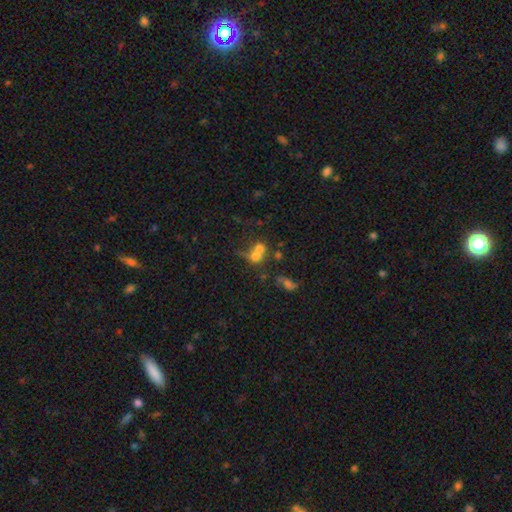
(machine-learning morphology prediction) A smooth galaxy with no disk features (62%) that is round (72%).

Vote fractions:
- Smooth or featured? smooth: 62% / featured or disk: 22% / star or artifact: 16%
- How rounded? round: 72% / in between: 26% / cigar-shaped: 2%
- Merging? merger: 62% / none: 25% / minor disturbance: 7% / major disturbance: 6%